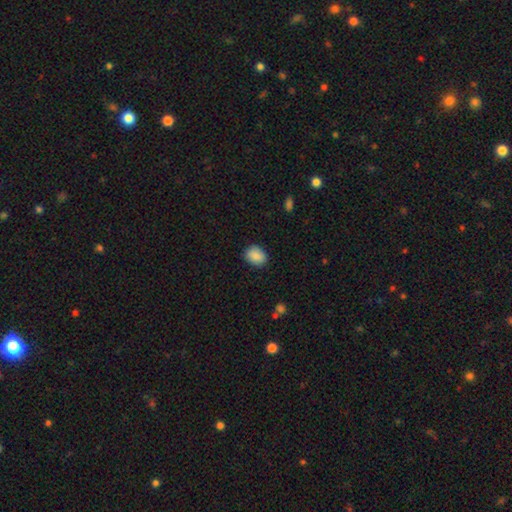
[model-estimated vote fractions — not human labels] Q: Smooth or featured?
A: smooth (89%); runner-up: star or artifact (7%)
Q: How rounded?
A: in between (62%); runner-up: round (37%)
Q: Merging?
A: none (85%); runner-up: minor disturbance (12%)